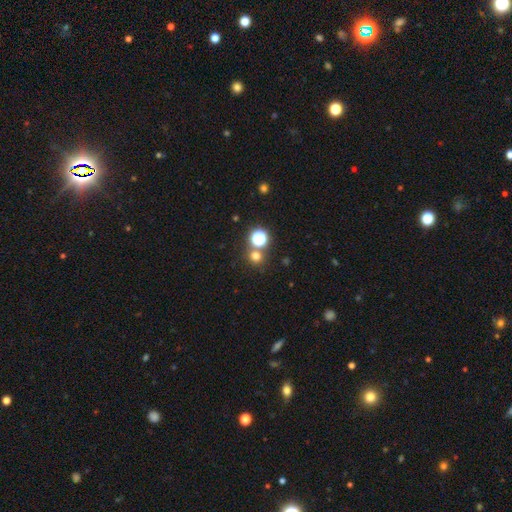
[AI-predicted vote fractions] The model was most divided on "smooth or featured": smooth: 67%, star or artifact: 26%, featured or disk: 7%. More confident: how rounded — round (90%); merging — none (73%).